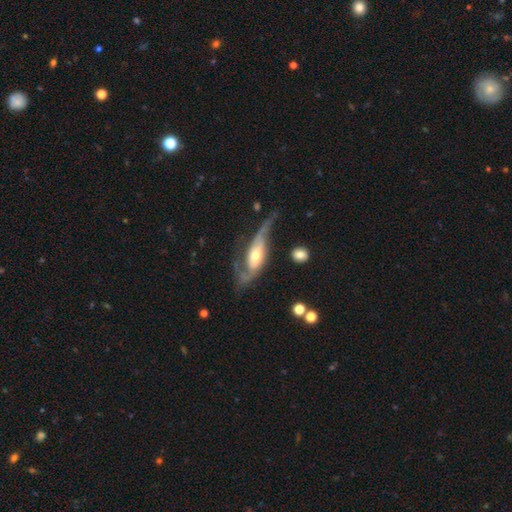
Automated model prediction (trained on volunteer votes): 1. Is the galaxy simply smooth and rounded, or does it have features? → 79% featured or disk, 16% smooth, 6% star or artifact.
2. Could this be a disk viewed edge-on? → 84% no, 16% yes.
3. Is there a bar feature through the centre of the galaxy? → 51% no, 32% weak, 17% strong.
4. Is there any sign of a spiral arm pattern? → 91% yes, 9% no.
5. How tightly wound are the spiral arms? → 54% loose, 33% medium, 12% tight.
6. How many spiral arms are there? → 79% 2, 10% 1, 7% can't tell, 2% 3, 1% 4, 1% more than 4.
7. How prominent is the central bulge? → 57% moderate, 26% small, 13% large, 2% dominant, 2% none.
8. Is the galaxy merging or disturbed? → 44% none, 28% major disturbance, 23% minor disturbance, 4% merger.